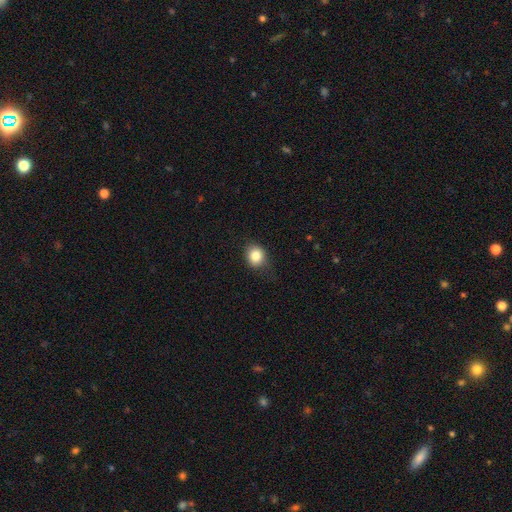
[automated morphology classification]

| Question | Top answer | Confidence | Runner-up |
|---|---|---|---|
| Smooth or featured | smooth | 83% | star or artifact (10%) |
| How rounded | round | 70% | in between (29%) |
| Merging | none | 77% | minor disturbance (18%) |